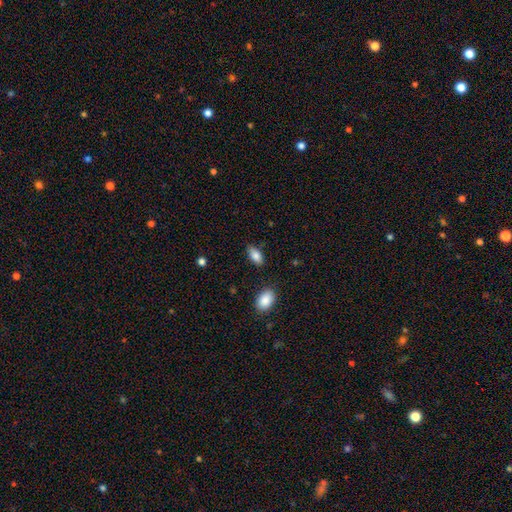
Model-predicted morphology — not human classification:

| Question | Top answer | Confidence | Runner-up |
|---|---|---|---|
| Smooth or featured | smooth | 84% | featured or disk (8%) |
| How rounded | in between | 90% | cigar-shaped (7%) |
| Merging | none | 79% | minor disturbance (15%) |